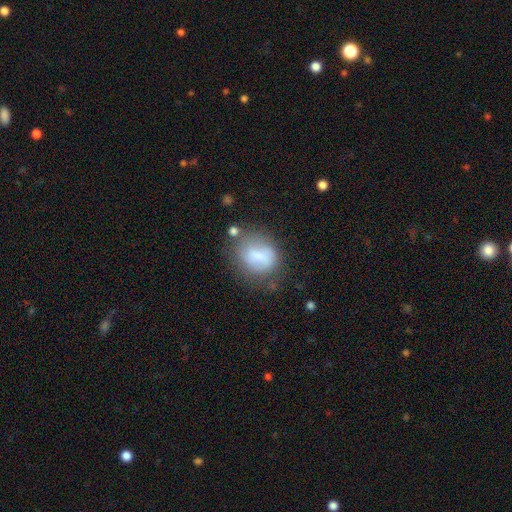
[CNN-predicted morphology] Overall: smooth (69%). How rounded: round (52%; in between 47%). Merging: none (53%; minor disturbance 25%).